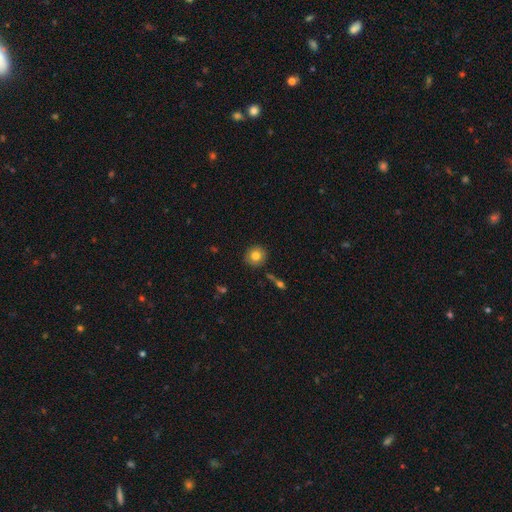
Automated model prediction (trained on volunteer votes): Smooth or featured? Predicted: smooth (p=0.80). How rounded? Predicted: round (p=0.91). Merging? Predicted: none (p=0.89).